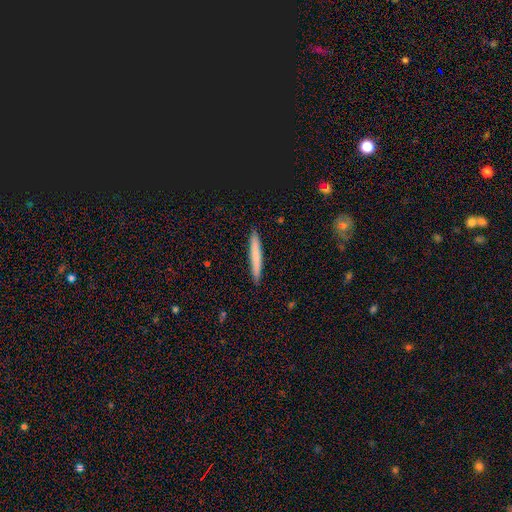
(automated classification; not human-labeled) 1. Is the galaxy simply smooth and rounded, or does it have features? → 71% smooth, 23% featured or disk, 6% star or artifact.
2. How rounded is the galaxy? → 96% cigar-shaped, 2% in between, 1% round.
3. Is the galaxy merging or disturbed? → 92% none, 6% minor disturbance, 1% major disturbance, 1% merger.